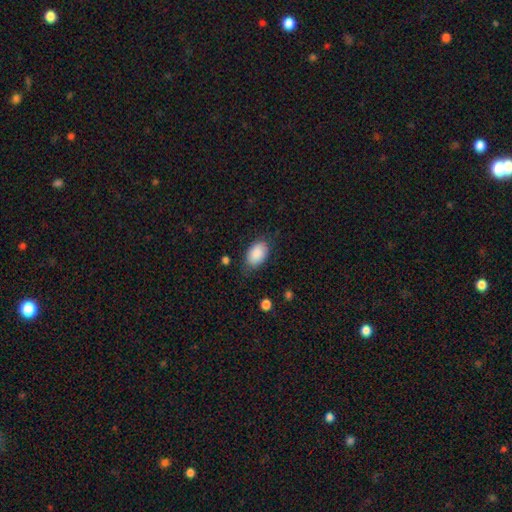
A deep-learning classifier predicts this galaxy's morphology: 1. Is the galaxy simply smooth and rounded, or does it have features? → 88% smooth, 7% star or artifact, 6% featured or disk.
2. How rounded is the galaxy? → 91% in between, 8% round, 1% cigar-shaped.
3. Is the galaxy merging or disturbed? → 74% none, 19% minor disturbance, 5% major disturbance, 1% merger.